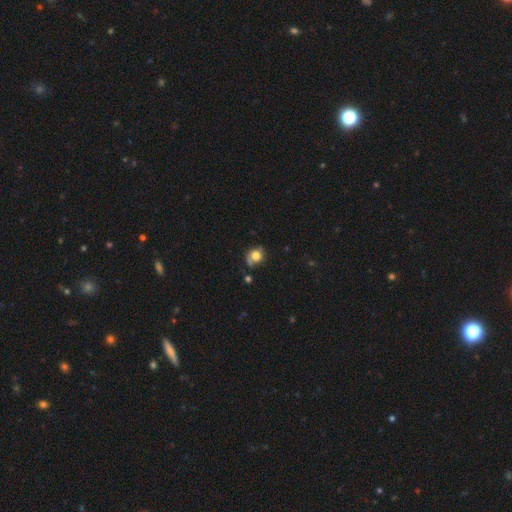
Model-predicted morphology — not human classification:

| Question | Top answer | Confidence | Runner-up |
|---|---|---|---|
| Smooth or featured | smooth | 71% | featured or disk (18%) |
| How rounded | round | 69% | in between (30%) |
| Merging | none | 52% | minor disturbance (27%) |